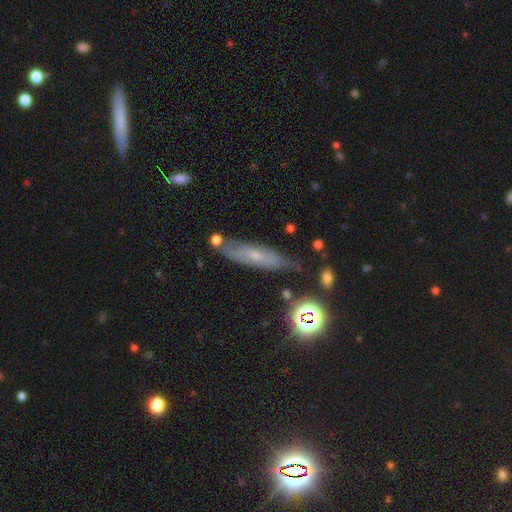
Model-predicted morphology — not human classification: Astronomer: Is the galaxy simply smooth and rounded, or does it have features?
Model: smooth — 44% (runner-up: featured or disk, 41%).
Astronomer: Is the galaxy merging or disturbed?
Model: none — 71%.